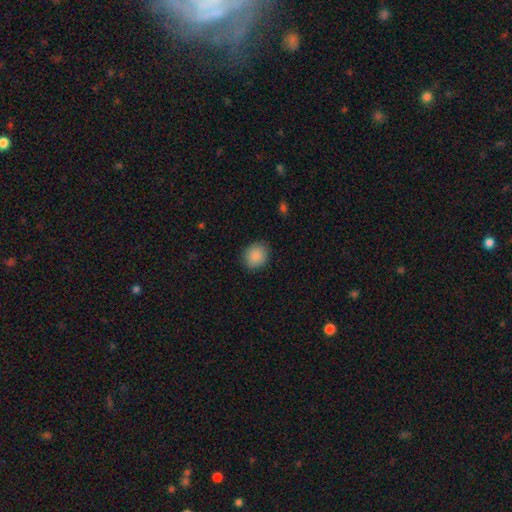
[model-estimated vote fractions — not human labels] A smooth galaxy with no disk features (88%) that is round (73%). Merging: none (88%).